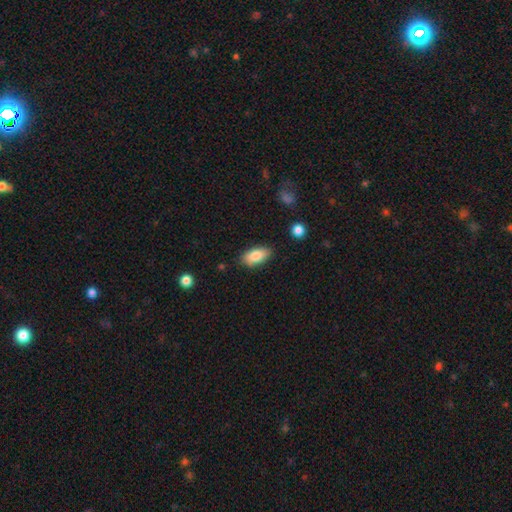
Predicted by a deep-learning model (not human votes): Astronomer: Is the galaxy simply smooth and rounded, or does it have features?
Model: smooth — 83%.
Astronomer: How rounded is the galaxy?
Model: in between — 90%.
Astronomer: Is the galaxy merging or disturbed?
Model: none — 80%.